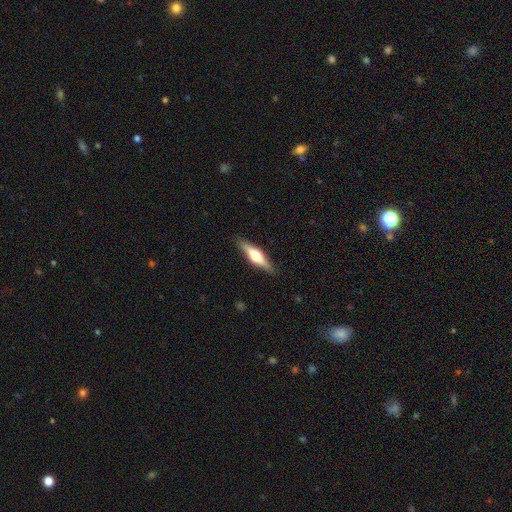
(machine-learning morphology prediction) Smooth or featured? featured or disk (62%)
Edge-on disk? yes (96%)
Edge-on bulge? rounded (93%)
Merging? none (89%)